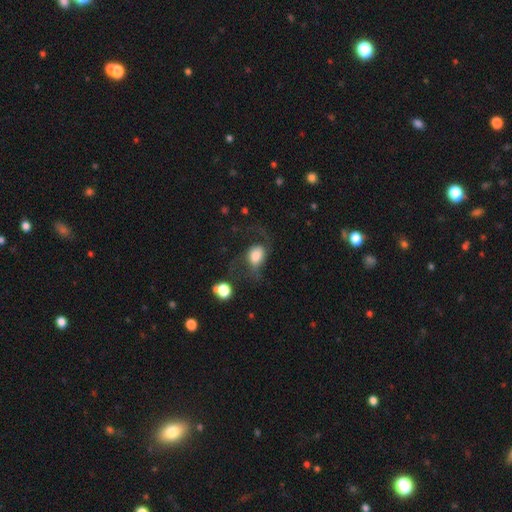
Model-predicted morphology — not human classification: smooth 58%, featured or disk 32%, star or artifact 9%. Down the decision tree: how rounded — in between (57%); merging — major disturbance (49%).